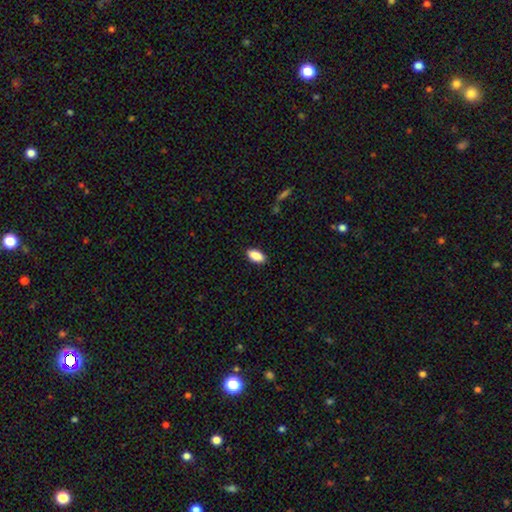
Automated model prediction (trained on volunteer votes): This appears to be a smooth galaxy with no disk features (89%) that is in between round and cigar-shaped (92%). Merging: none (88%).